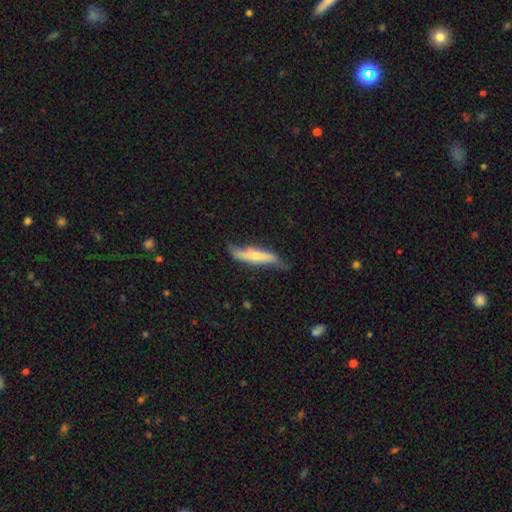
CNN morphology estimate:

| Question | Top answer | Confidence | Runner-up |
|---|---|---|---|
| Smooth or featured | featured or disk | 55% | smooth (39%) |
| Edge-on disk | yes | 61% | no (39%) |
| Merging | none | 57% | minor disturbance (31%) |